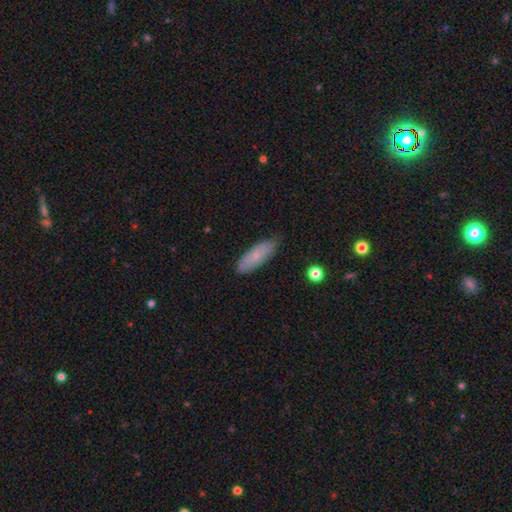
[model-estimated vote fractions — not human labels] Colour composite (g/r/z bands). It shows a smooth galaxy with no disk features (73%) that is in between round and cigar-shaped (58%). Merging: none (82%).